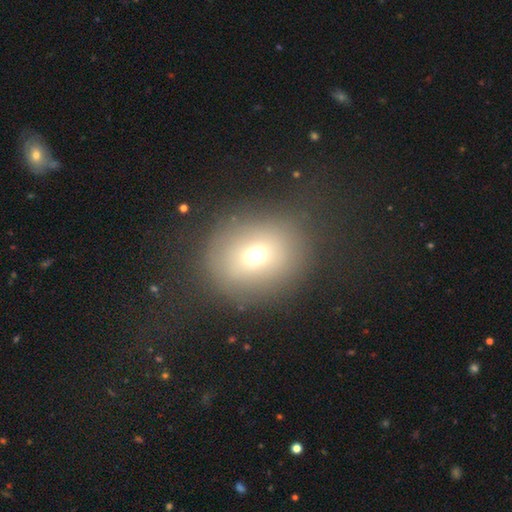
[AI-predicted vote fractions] This is likely a smooth galaxy (66%). How rounded: likely round (69%). Merging: likely none (74%).